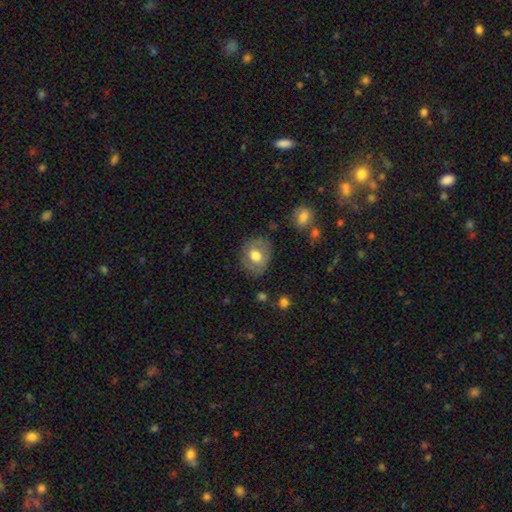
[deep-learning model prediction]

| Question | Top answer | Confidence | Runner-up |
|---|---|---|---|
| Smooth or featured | smooth | 59% | featured or disk (34%) |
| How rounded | round | 64% | in between (35%) |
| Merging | none | 75% | minor disturbance (17%) |